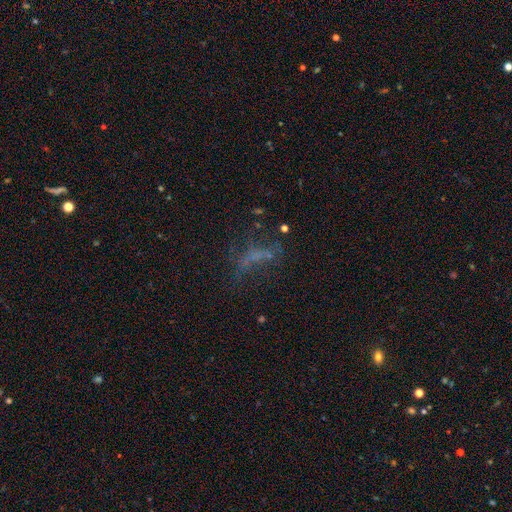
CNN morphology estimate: A featured or disk galaxy (39%). Merging: none (44%).